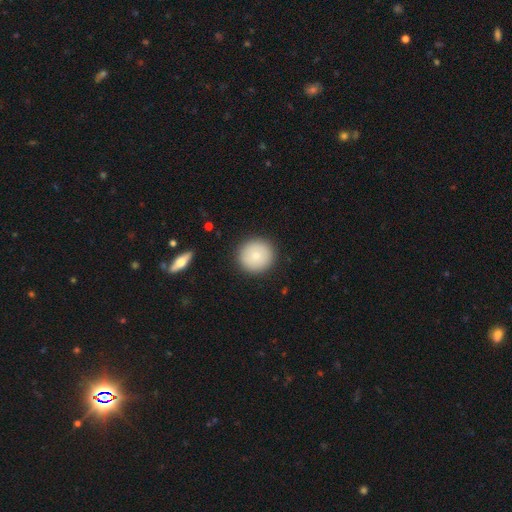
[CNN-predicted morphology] Smooth or featured? Predicted: smooth (p=0.79). How rounded? Predicted: round (p=0.95). Merging? Predicted: none (p=0.90).